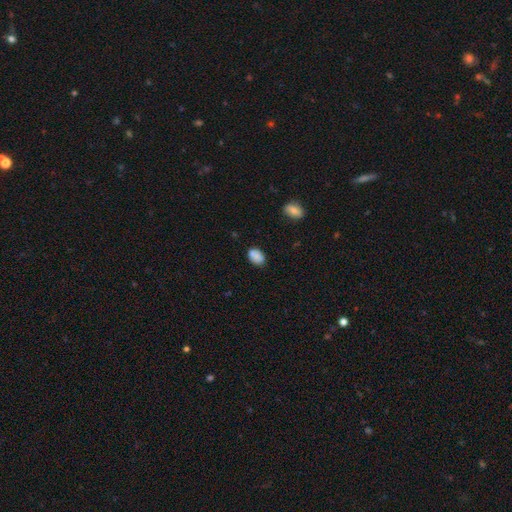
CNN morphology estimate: Overall: smooth (81%). How rounded: in between (81%). Merging: none (67%).